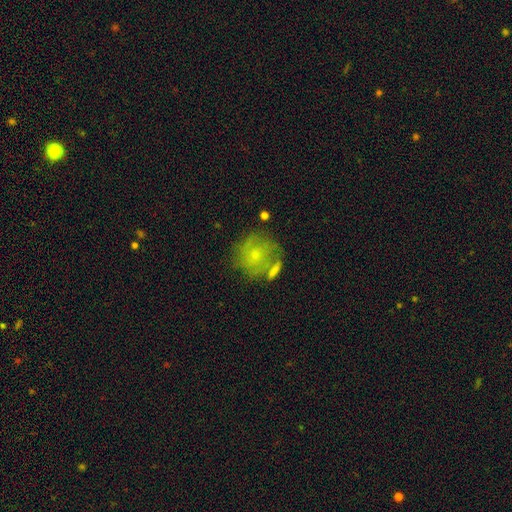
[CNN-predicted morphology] A smooth galaxy with no disk features (47%). Merging: none (58%).